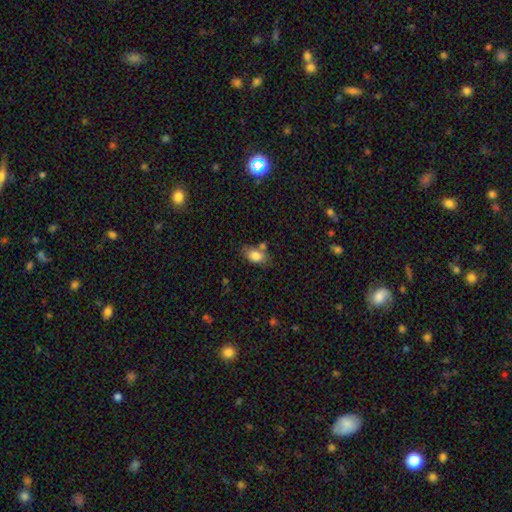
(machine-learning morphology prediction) type=smooth (81%); roundness=in between (84%); merging=none (59%).